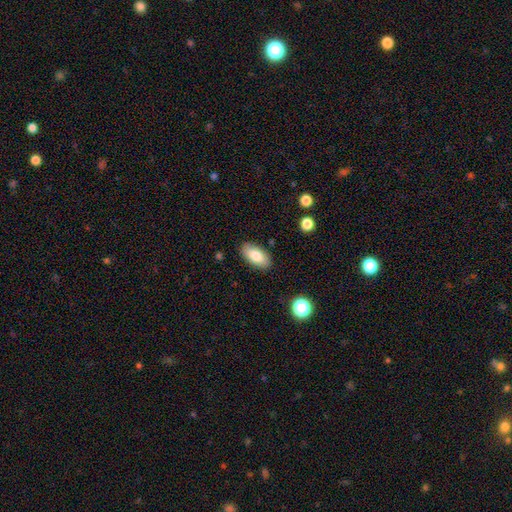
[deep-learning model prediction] Smooth or featured: smooth — 81% (featured or disk — 12%)
How rounded: in between — 93% (cigar-shaped — 5%)
Merging: none — 87% (minor disturbance — 10%)